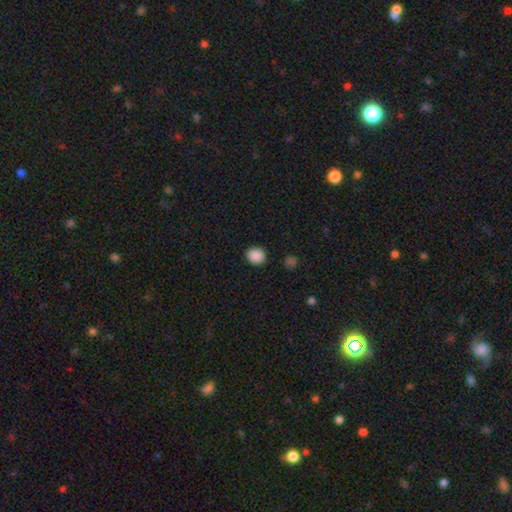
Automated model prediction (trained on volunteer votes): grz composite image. It shows a smooth galaxy with no disk features (88%) that is round (73%). Merging: none (89%).